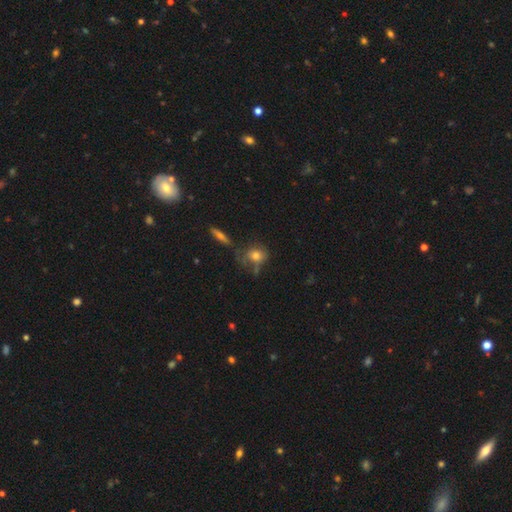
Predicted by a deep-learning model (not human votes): smooth 72%, featured or disk 18%, star or artifact 10%. Down the decision tree: how rounded — round (51%); merging — none (49%).